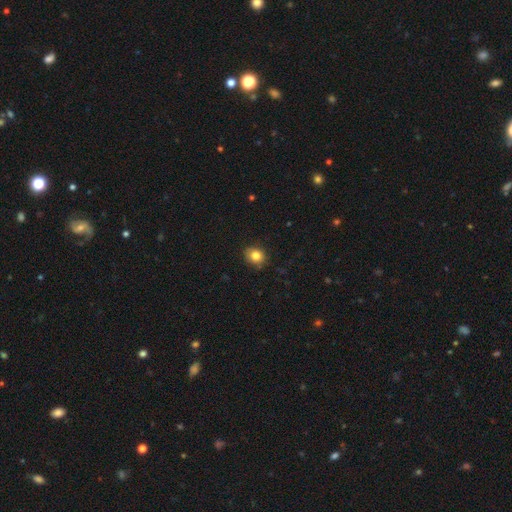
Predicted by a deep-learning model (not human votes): This appears to be a smooth galaxy with no disk features (83%) that is round (68%). Merging: none (86%).